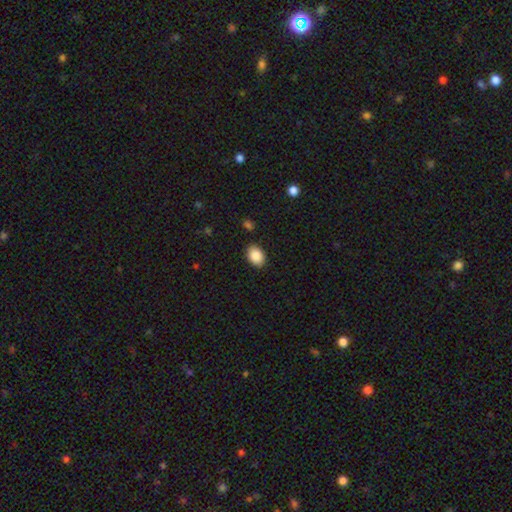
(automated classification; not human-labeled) This appears to be a smooth galaxy with no disk features (87%) that is in between round and cigar-shaped (81%). Merging: none (87%).